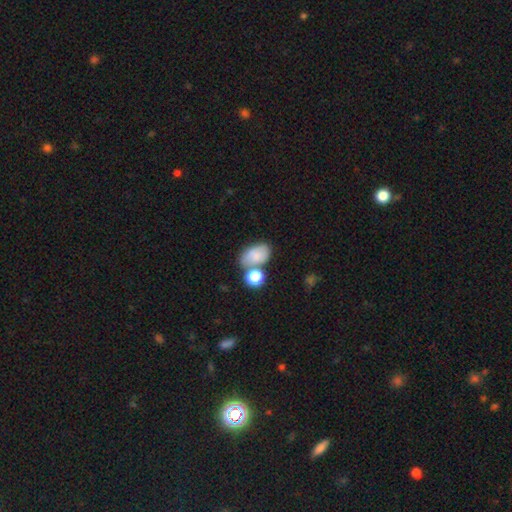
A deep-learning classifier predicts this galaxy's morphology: smooth_or_featured: smooth (p=0.77) [alt: featured or disk p=0.14]
how_rounded: in between (p=0.86) [alt: round p=0.12]
merging: none (p=0.48) [alt: merger p=0.28]